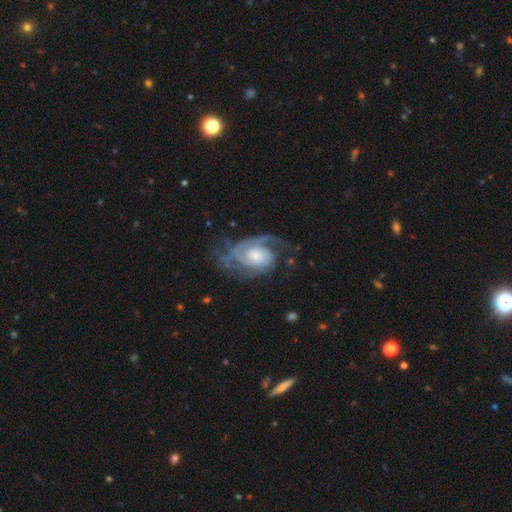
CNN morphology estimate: smooth-or-featured: featured or disk: 86% | smooth: 9% | star or artifact: 5%
  disk-edge-on: no: 97% | yes: 3%
    bar: no: 70% | weak: 26% | strong: 5%
    has-spiral-arms: yes: 95% | no: 5%
      spiral-winding: tight: 43% | medium: 41% | loose: 16%
      spiral-arm-count: 2: 47% | can't tell: 19% | 3: 15% | 1: 11% | 4: 5% | more than 4: 4%
    bulge-size: moderate: 48% | small: 29% | large: 17% | none: 4% | dominant: 2%
  merging: none: 58% | minor disturbance: 20% | major disturbance: 20% | merger: 2%